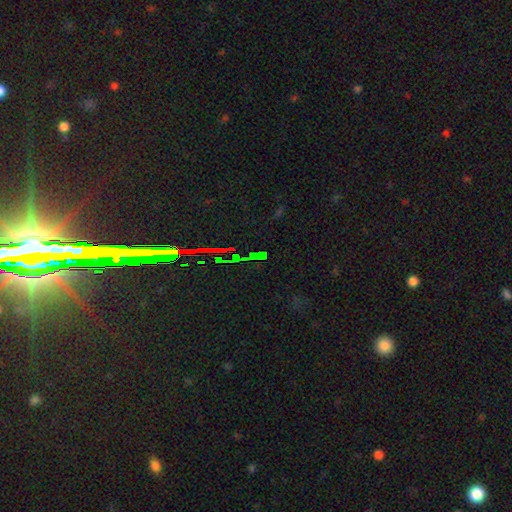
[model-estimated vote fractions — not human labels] smooth-or-featured: star or artifact: 80% | smooth: 11% | featured or disk: 10%